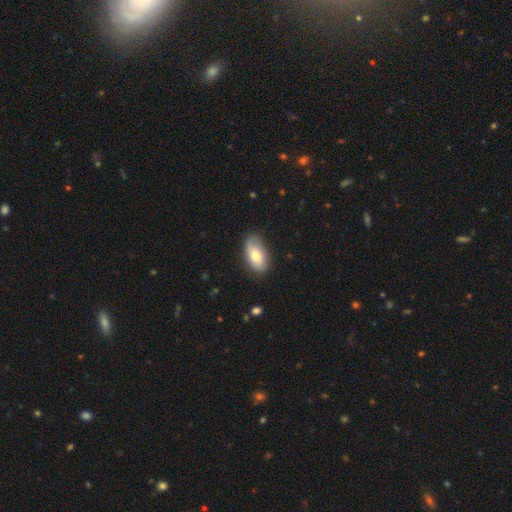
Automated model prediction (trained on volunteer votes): smooth 72%, featured or disk 21%, star or artifact 6%. Down the decision tree: how rounded — in between (93%); merging — none (76%).